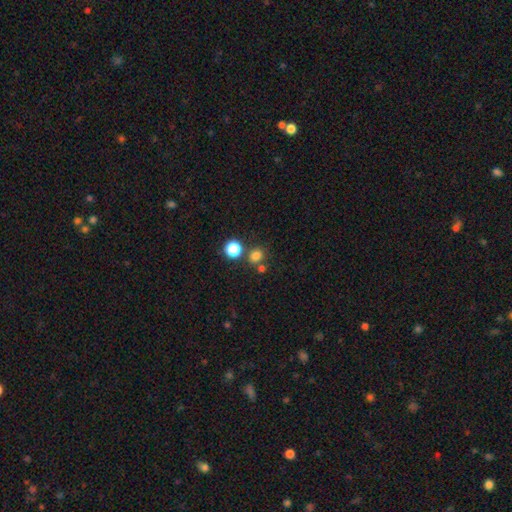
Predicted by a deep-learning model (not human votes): Morphology: type=smooth (77%); roundness=round (77%); merging=none (71%).